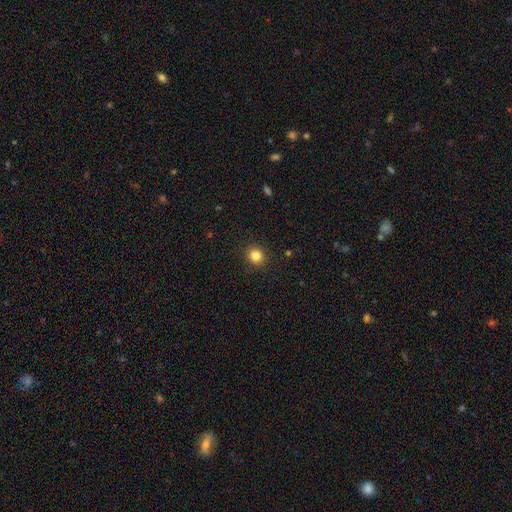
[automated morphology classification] This is clearly a smooth galaxy (84%). How rounded: clearly round (90%). Merging: clearly none (92%).